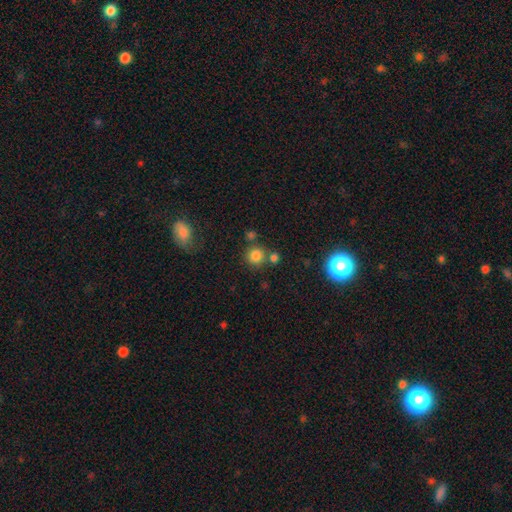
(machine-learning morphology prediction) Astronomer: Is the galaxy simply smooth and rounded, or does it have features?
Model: smooth — 81%.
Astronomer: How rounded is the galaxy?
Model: round — 90%.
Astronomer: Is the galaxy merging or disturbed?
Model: none — 72%.